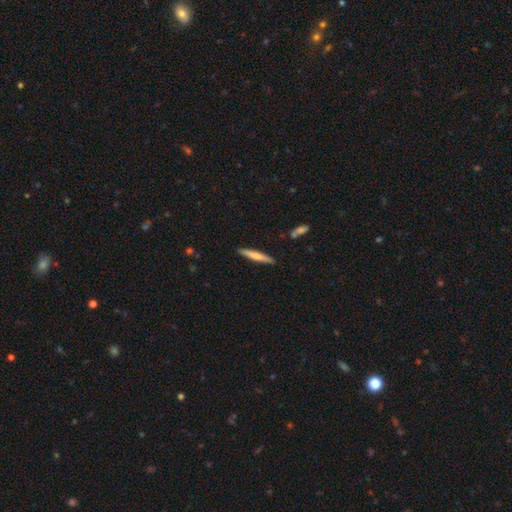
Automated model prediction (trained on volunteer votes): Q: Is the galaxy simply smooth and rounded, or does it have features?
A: smooth — 67%.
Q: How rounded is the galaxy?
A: cigar-shaped — 94%.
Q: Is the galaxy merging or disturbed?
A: none — 89%.